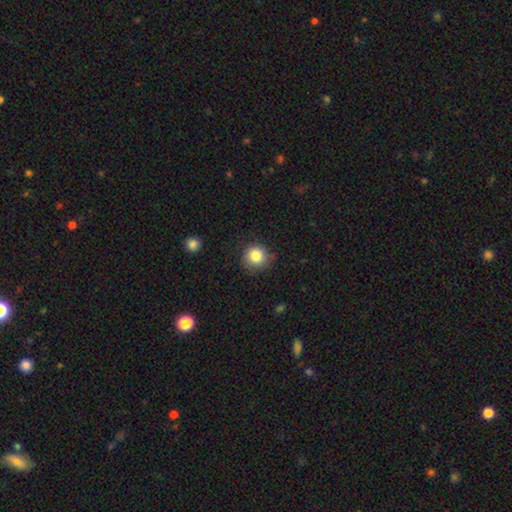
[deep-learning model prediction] A smooth galaxy with no disk features (83%) that is round (92%). Merging: none (80%).